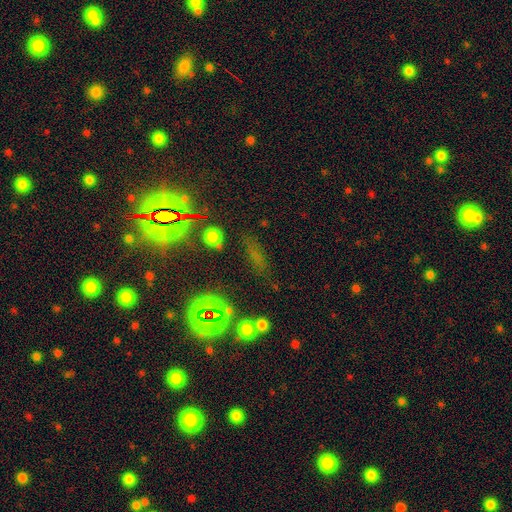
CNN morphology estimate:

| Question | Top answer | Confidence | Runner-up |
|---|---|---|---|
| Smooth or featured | star or artifact | 47% | smooth (37%) |